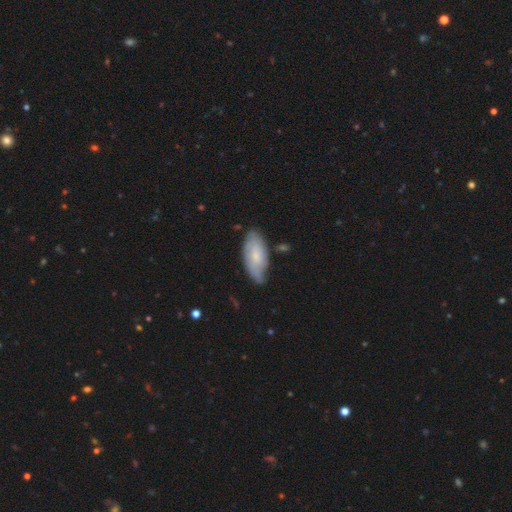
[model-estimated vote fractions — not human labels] Overall: smooth (53%; featured or disk 41%). How rounded: in between (85%). Merging: none (66%; minor disturbance 27%).